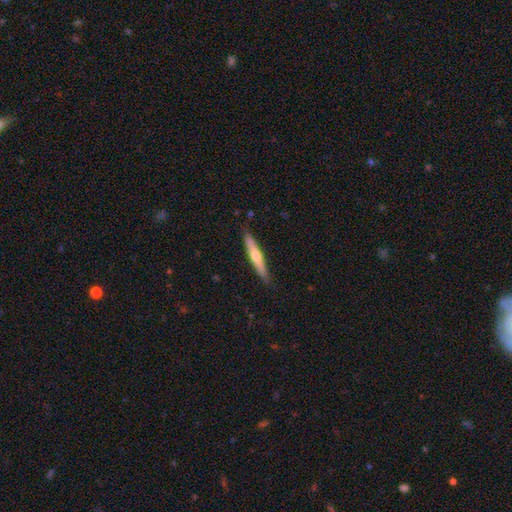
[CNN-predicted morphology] The model was most divided on "smooth or featured": featured or disk: 49%, smooth: 45%, star or artifact: 5%. More confident: merging — none (87%).